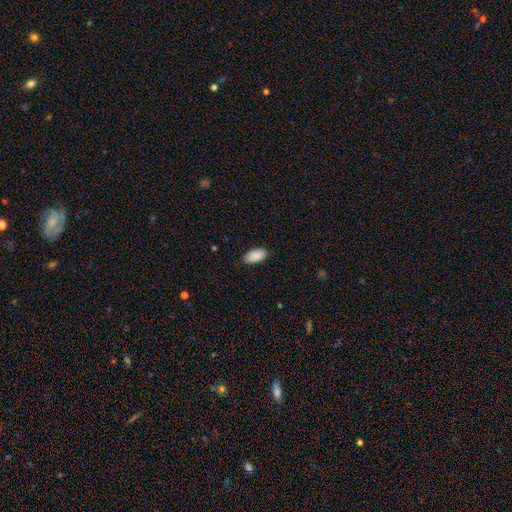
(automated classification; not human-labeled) A smooth galaxy with no disk features (90%) that is in between round and cigar-shaped (95%).

Vote fractions:
- Smooth or featured? smooth: 90% / star or artifact: 6% / featured or disk: 3%
- How rounded? in between: 95% / cigar-shaped: 3% / round: 2%
- Merging? none: 86% / minor disturbance: 11% / major disturbance: 2% / merger: 1%